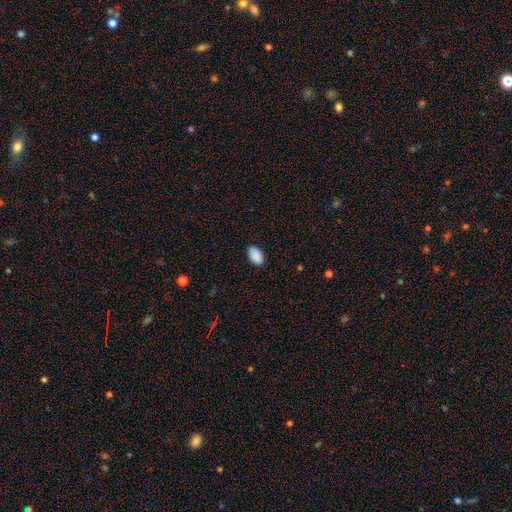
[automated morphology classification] Overall: smooth (90%). How rounded: in between (93%). Merging: none (87%).